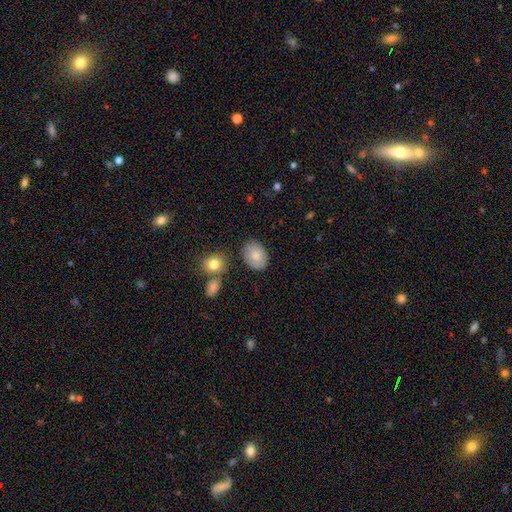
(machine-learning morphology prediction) smooth_or_featured: smooth (p=0.82) [alt: featured or disk p=0.11]
how_rounded: in between (p=0.78) [alt: round p=0.21]
merging: none (p=0.79) [alt: minor disturbance p=0.13]